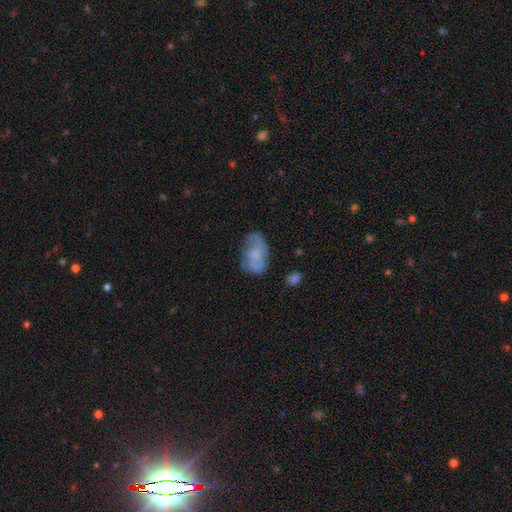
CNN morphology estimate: smooth_or_featured: smooth (p=0.50) [alt: featured or disk p=0.40]
how_rounded: in between (p=0.89) [alt: round p=0.09]
merging: none (p=0.53) [alt: minor disturbance p=0.28]